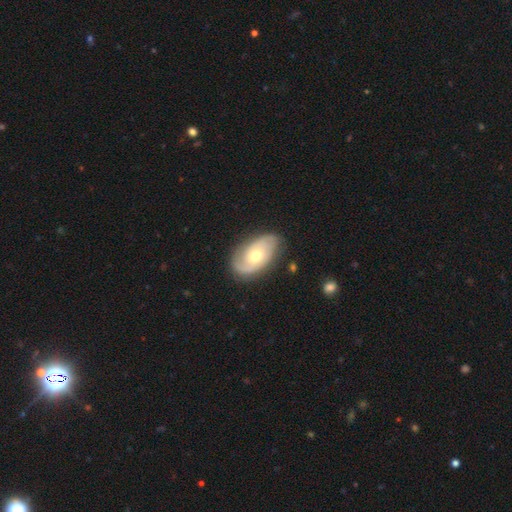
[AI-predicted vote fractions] Overall: featured or disk (70%). Edge-on disk: no (94%). Bar: no (71%). Spiral arms: yes (87%). Spiral arm count: 2 (69%). Spiral winding: tight (44%; medium 38%). Bulge size: moderate (71%). Merging: none (77%).